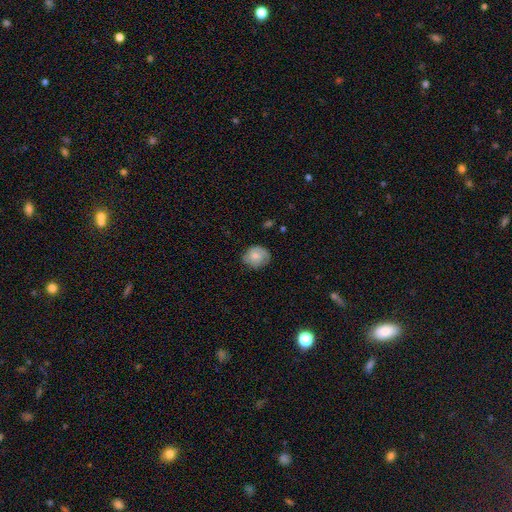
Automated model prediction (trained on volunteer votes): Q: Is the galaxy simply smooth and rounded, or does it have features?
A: smooth — 72%.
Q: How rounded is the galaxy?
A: round — 71%.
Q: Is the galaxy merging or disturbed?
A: none — 70%.